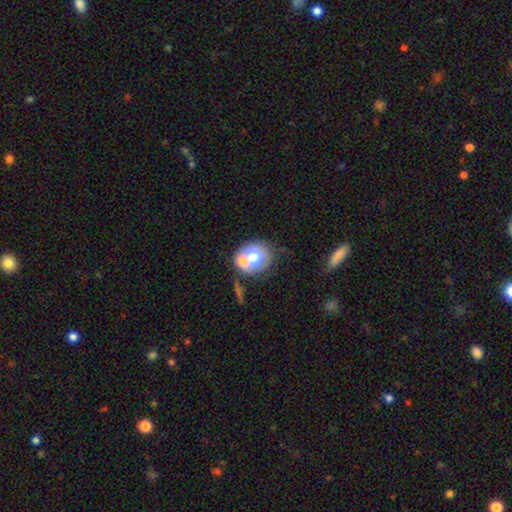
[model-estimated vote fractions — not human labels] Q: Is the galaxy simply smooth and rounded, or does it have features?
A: smooth — 62%.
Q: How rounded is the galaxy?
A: round — 68%.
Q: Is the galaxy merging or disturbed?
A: none — 44%.